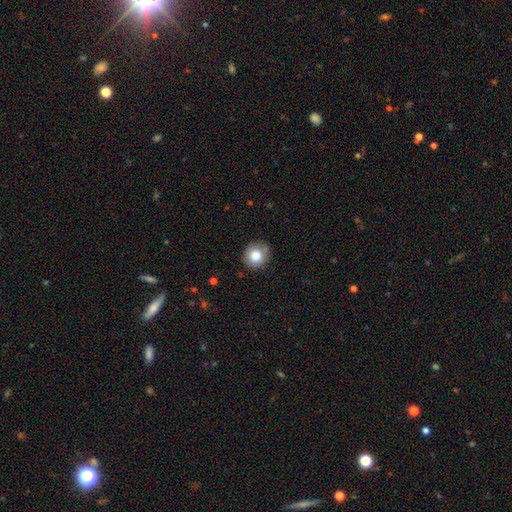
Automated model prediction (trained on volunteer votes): A smooth galaxy with no disk features (84%) that is round (89%).

Vote fractions:
- Smooth or featured? smooth: 84% / star or artifact: 9% / featured or disk: 7%
- How rounded? round: 89% / in between: 10% / cigar-shaped: 1%
- Merging? none: 77% / minor disturbance: 17% / major disturbance: 4% / merger: 2%